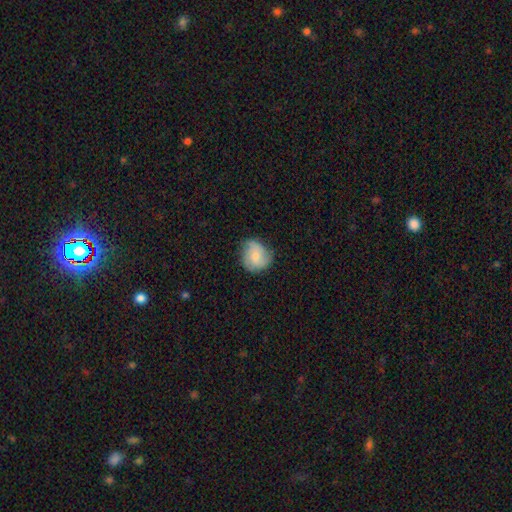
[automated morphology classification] Smooth or featured? smooth (54%)
How rounded? round (80%)
Merging? none (67%)